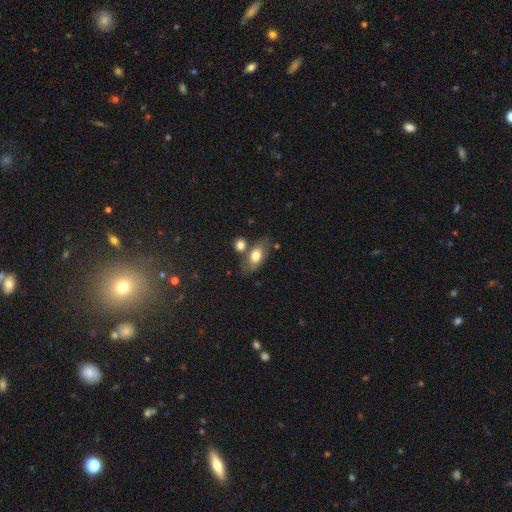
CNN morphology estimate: Smooth or featured?
  - smooth: 73% *
  - featured or disk: 20%
  - star or artifact: 7%
How rounded?
  - in between: 85% *
  - round: 8%
  - cigar-shaped: 7%
Merging?
  - none: 59% *
  - merger: 20%
  - minor disturbance: 16%
  - major disturbance: 5%